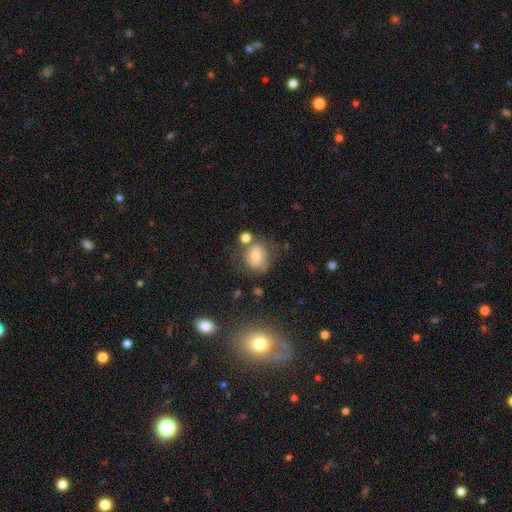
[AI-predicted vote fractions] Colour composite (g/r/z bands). It shows a smooth galaxy with no disk features (55%) that is round (64%). Merging: none (58%).